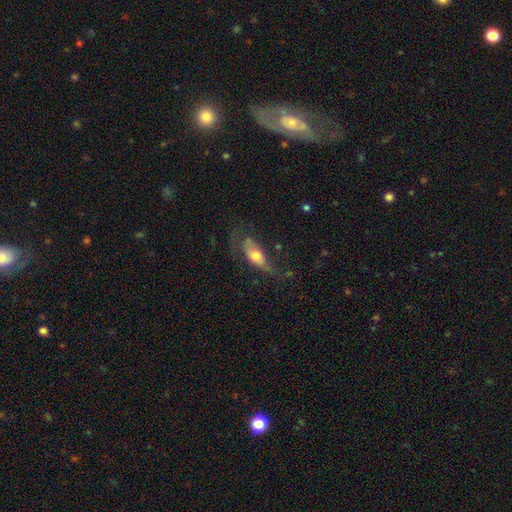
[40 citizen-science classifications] This is possibly a smooth galaxy (50%). How rounded: likely in between (75%). Merging: marginally none (45%).